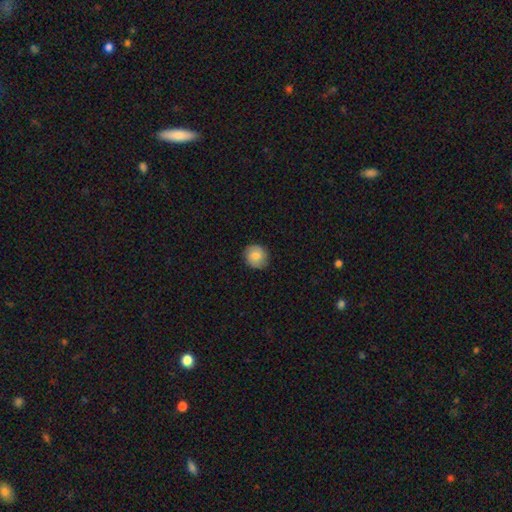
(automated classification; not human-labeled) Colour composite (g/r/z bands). It shows a smooth galaxy with no disk features (76%) that is round (87%). Merging: none (86%).